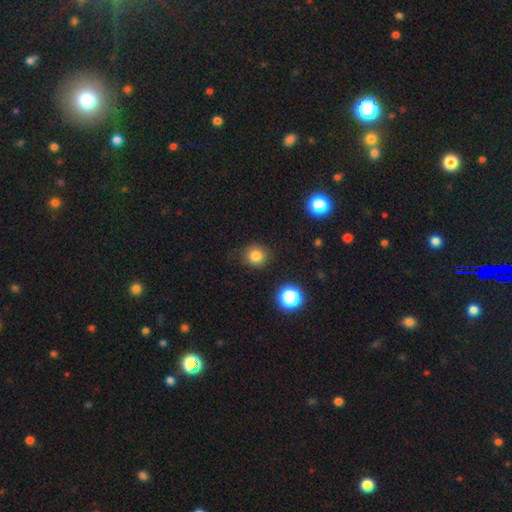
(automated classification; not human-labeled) Smooth or featured: smooth — 82% (star or artifact — 13%)
How rounded: round — 86% (in between — 13%)
Merging: none — 85% (minor disturbance — 10%)